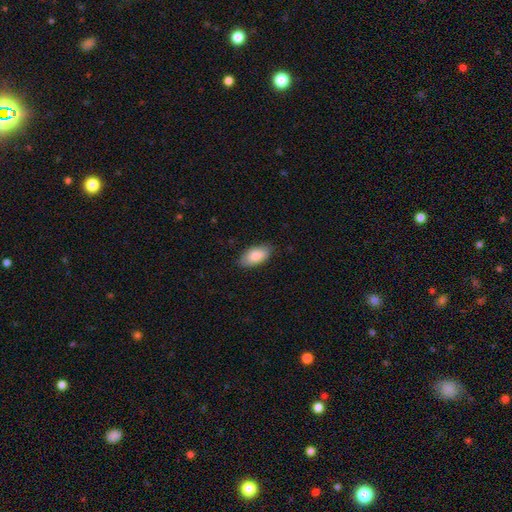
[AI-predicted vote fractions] smooth-or-featured: smooth: 86% | featured or disk: 8% | star or artifact: 6%
  how-rounded: in between: 93% | cigar-shaped: 5% | round: 2%
  merging: none: 83% | minor disturbance: 14% | major disturbance: 3% | merger: 1%